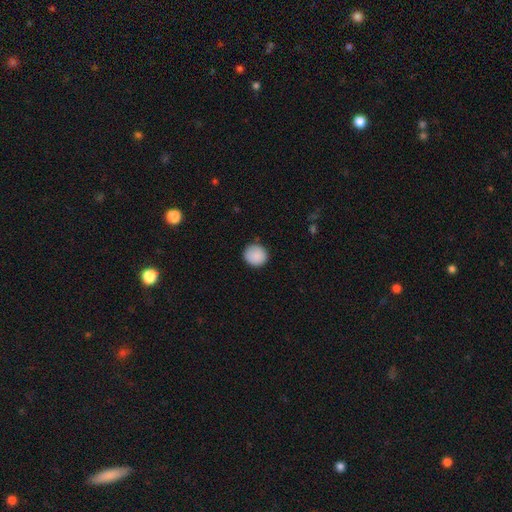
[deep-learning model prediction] A smooth galaxy with no disk features (88%) that is round (91%). Merging: none (86%).